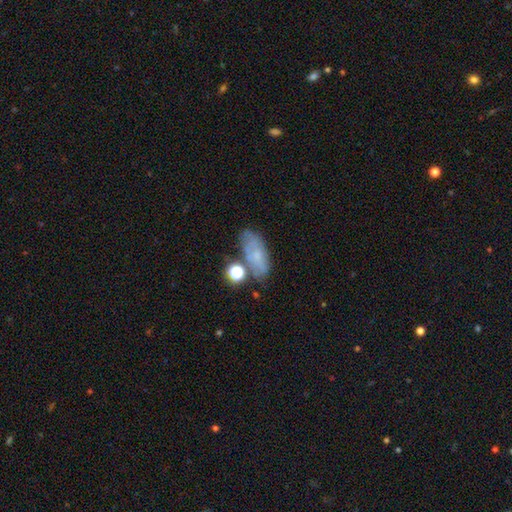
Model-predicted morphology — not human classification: type=smooth (52%); roundness=in between (82%); merging=none (51%).